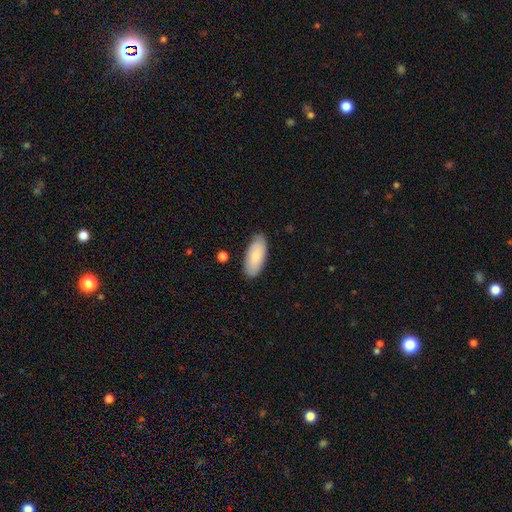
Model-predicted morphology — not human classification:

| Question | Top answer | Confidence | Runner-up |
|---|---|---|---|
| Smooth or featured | smooth | 76% | featured or disk (18%) |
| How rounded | in between | 88% | cigar-shaped (11%) |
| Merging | none | 80% | minor disturbance (16%) |